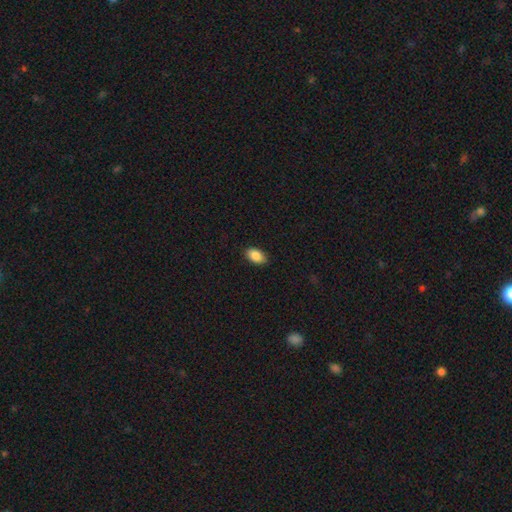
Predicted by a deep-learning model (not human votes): A smooth galaxy with no disk features (87%) that is in between round and cigar-shaped (92%).

Vote fractions:
- Smooth or featured? smooth: 87% / star or artifact: 7% / featured or disk: 5%
- How rounded? in between: 92% / round: 7% / cigar-shaped: 2%
- Merging? none: 88% / minor disturbance: 9% / major disturbance: 2% / merger: 1%